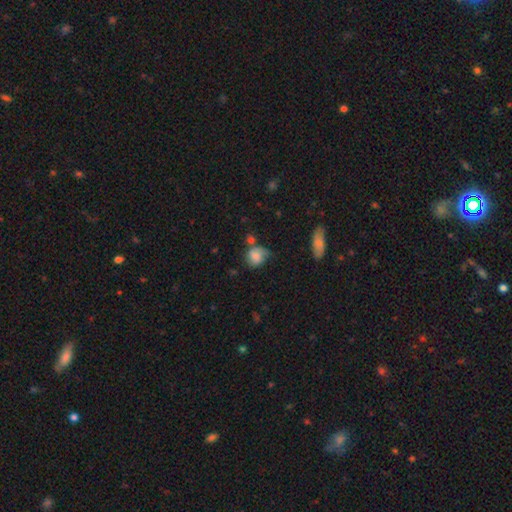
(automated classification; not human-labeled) This is likely a smooth galaxy (69%). How rounded: likely round (61%). Merging: marginally none (43%).